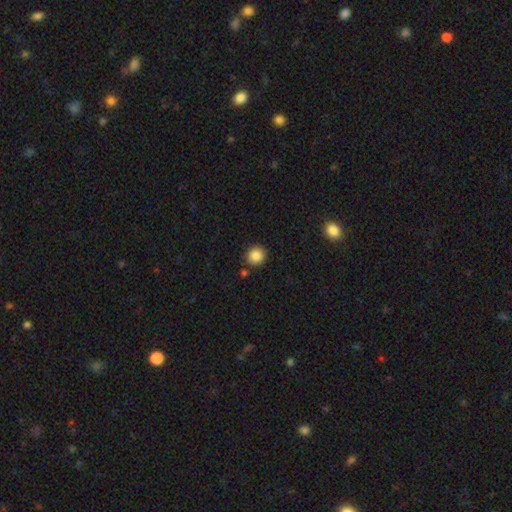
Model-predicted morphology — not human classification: Q: Smooth or featured?
A: smooth (86%); runner-up: star or artifact (10%)
Q: How rounded?
A: round (90%); runner-up: in between (9%)
Q: Merging?
A: none (85%); runner-up: minor disturbance (8%)